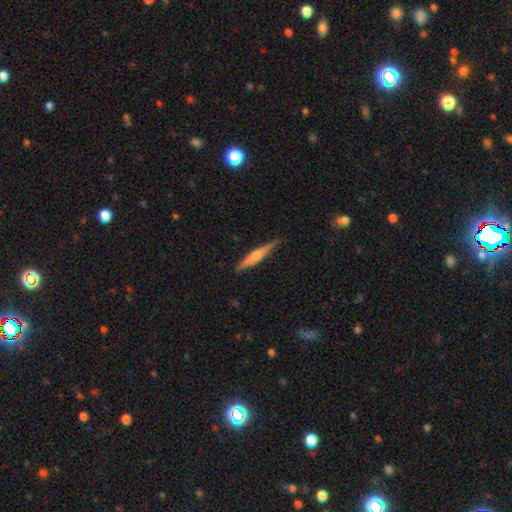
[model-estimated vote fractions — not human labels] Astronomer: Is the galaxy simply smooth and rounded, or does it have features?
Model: featured or disk — 61%.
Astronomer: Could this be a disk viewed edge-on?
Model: yes — 98%.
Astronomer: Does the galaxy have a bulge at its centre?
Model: rounded — 80%.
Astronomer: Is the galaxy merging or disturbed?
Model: none — 90%.